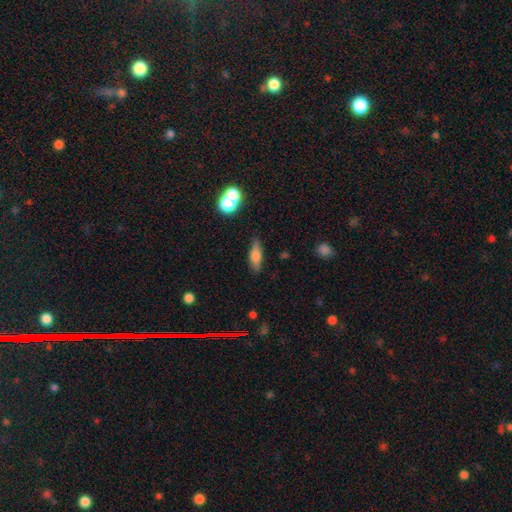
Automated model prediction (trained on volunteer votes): Overall: smooth (63%; featured or disk 28%). How rounded: in between (52%; cigar-shaped 44%). Merging: none (82%).